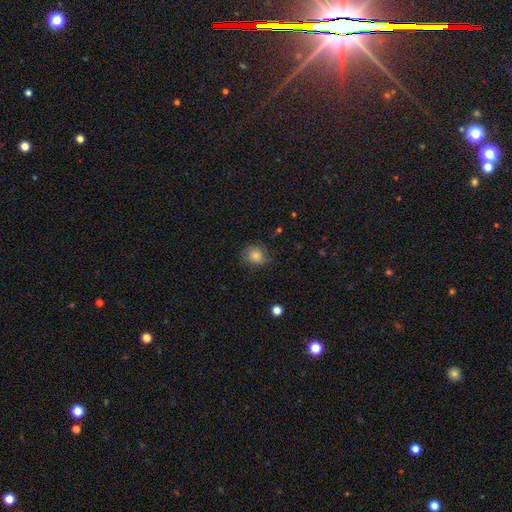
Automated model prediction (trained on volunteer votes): smooth-or-featured: smooth: 78% | featured or disk: 11% | star or artifact: 11%
  how-rounded: round: 77% | in between: 22% | cigar-shaped: 1%
  merging: none: 69% | minor disturbance: 23% | major disturbance: 6% | merger: 1%